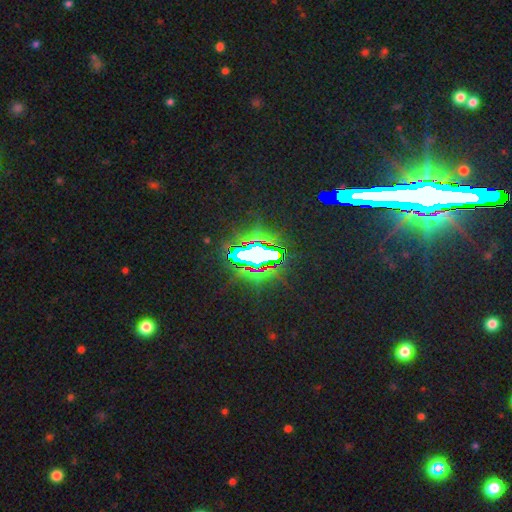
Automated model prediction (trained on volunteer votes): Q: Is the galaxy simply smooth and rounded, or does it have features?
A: star or artifact — 72%.